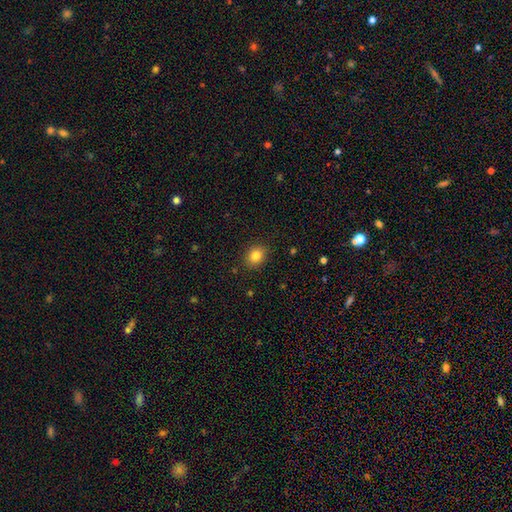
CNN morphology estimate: Q: Smooth or featured?
A: smooth (84%); runner-up: star or artifact (10%)
Q: How rounded?
A: round (55%); runner-up: in between (45%)
Q: Merging?
A: none (88%); runner-up: minor disturbance (9%)